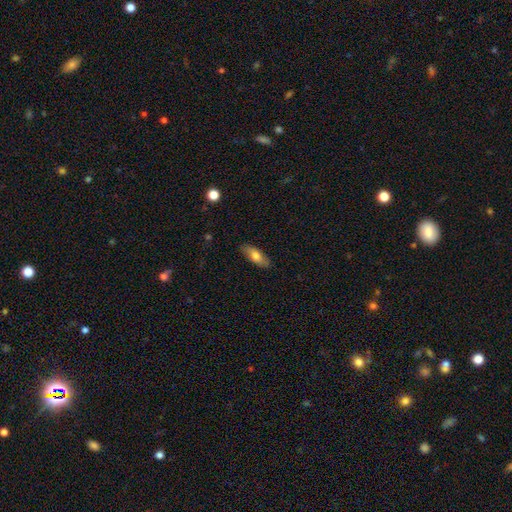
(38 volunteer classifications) Smooth or featured? 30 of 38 (79%) said smooth. How rounded? 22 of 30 (73%) said in between. Merging? 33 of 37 (89%) said none.